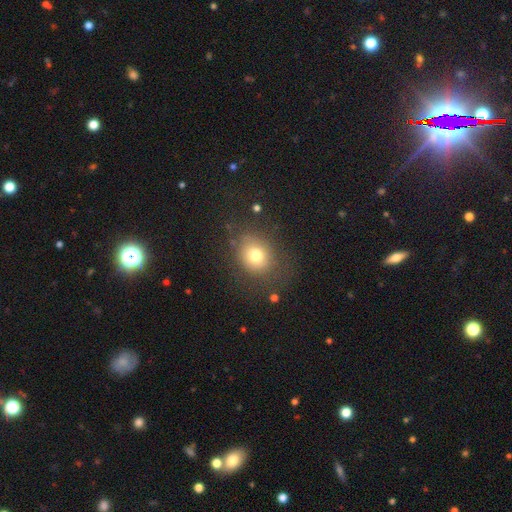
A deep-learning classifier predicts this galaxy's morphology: smooth 75%, star or artifact 13%, featured or disk 12%. Down the decision tree: how rounded — round (60%); merging — none (74%).